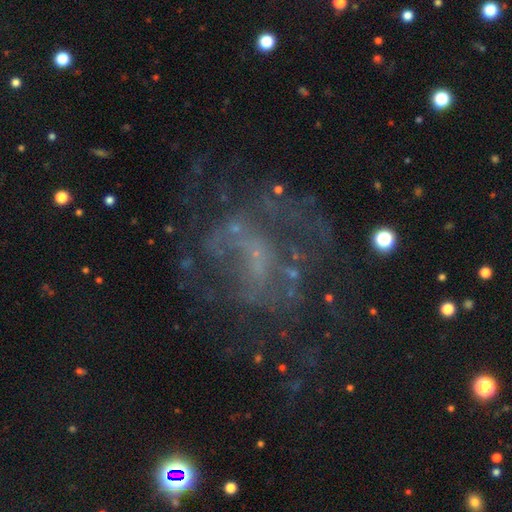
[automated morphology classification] smooth-or-featured: featured or disk: 67% | star or artifact: 20% | smooth: 13%
  disk-edge-on: no: 97% | yes: 3%
    bar: no: 58% | weak: 32% | strong: 10%
    has-spiral-arms: yes: 52% | no: 48%
    bulge-size: none: 48% | small: 39% | moderate: 10% | large: 2% | dominant: 1%
  merging: none: 52% | major disturbance: 28% | minor disturbance: 16% | merger: 4%